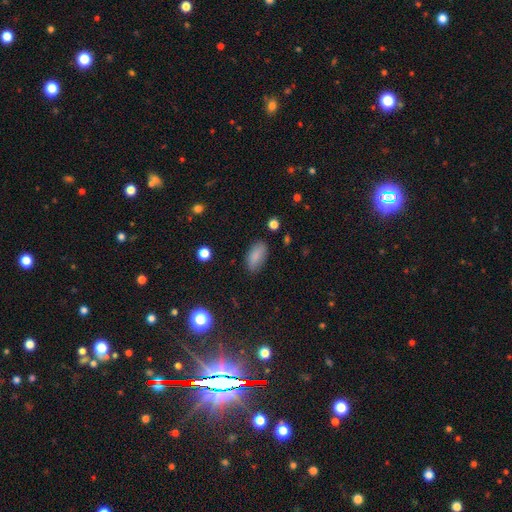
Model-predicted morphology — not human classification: type=smooth (86%); roundness=in between (91%); merging=none (84%).